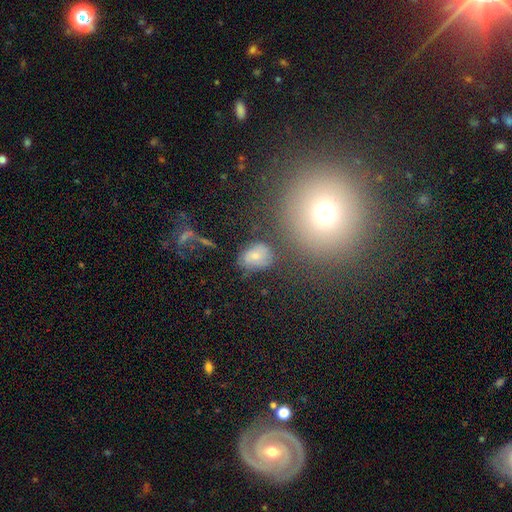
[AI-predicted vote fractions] Smooth or featured?
  - smooth: 58% *
  - featured or disk: 29%
  - star or artifact: 13%
How rounded?
  - in between: 69% *
  - round: 30%
  - cigar-shaped: 2%
Merging?
  - none: 64% *
  - minor disturbance: 21%
  - major disturbance: 8%
  - merger: 7%